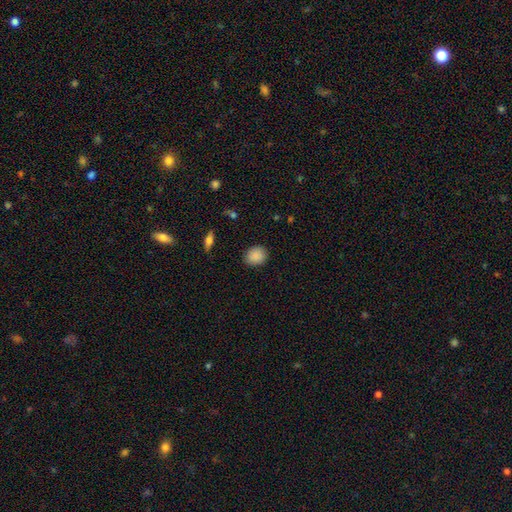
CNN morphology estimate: smooth 88%, star or artifact 8%, featured or disk 4%. Down the decision tree: how rounded — round (68%); merging — none (88%).